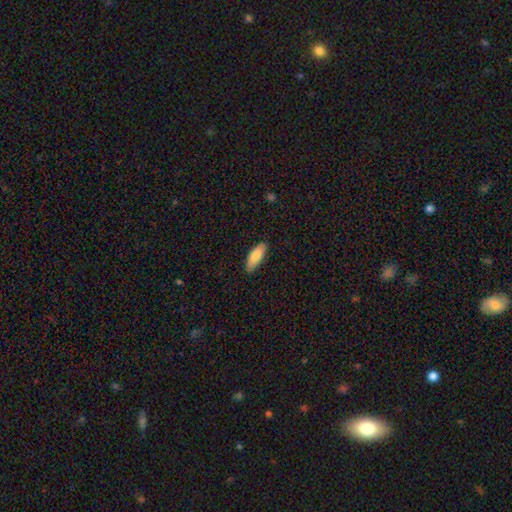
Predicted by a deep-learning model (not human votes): Smooth or featured?
  - smooth: 80% *
  - featured or disk: 14%
  - star or artifact: 6%
How rounded?
  - in between: 69% *
  - cigar-shaped: 29%
  - round: 2%
Merging?
  - none: 86% *
  - minor disturbance: 11%
  - major disturbance: 2%
  - merger: 1%